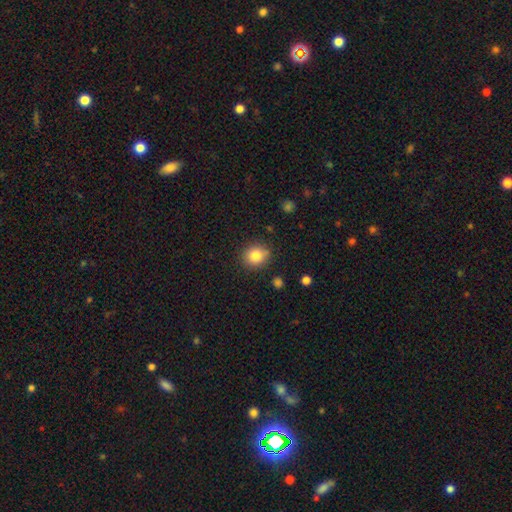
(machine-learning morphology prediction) smooth-or-featured: smooth: 83% | star or artifact: 10% | featured or disk: 7%
  how-rounded: round: 75% | in between: 24% | cigar-shaped: 1%
  merging: none: 84% | minor disturbance: 11% | major disturbance: 3% | merger: 2%